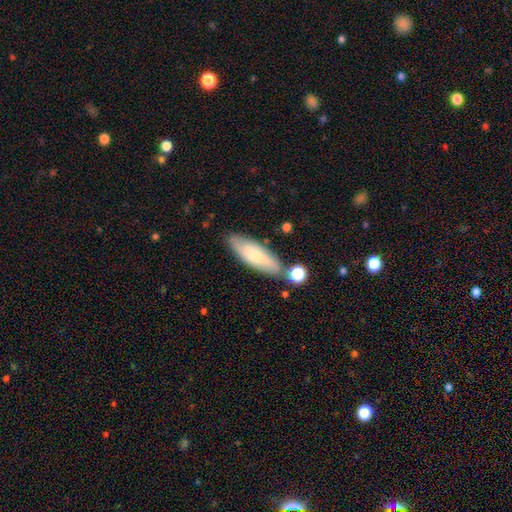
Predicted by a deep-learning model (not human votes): This appears to be a smooth galaxy with no disk features (63%) that is in between round and cigar-shaped (53%). Merging: none (73%).